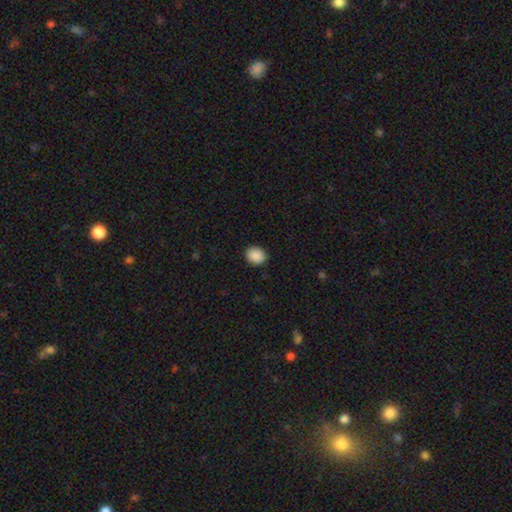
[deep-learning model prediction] Q: Smooth or featured?
A: smooth (90%); runner-up: star or artifact (8%)
Q: How rounded?
A: round (55%); runner-up: in between (44%)
Q: Merging?
A: none (90%); runner-up: minor disturbance (7%)